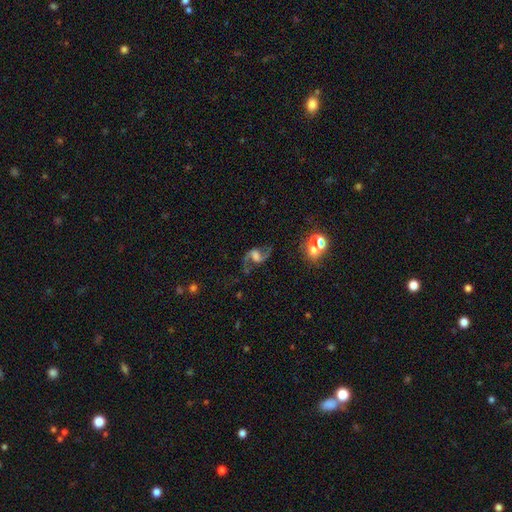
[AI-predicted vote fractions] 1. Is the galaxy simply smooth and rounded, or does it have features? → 86% featured or disk, 8% star or artifact, 7% smooth.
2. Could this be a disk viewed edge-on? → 97% no, 3% yes.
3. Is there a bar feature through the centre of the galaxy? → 49% weak, 26% no, 25% strong.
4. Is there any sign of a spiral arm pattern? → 96% yes, 4% no.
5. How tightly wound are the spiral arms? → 68% loose, 27% medium, 4% tight.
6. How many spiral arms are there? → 93% 2, 2% 1, 2% can't tell, 1% 3, 1% 4, 1% more than 4.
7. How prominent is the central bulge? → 33% moderate, 23% none, 21% large, 20% small, 3% dominant.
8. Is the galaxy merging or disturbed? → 74% none, 13% minor disturbance, 9% major disturbance, 4% merger.